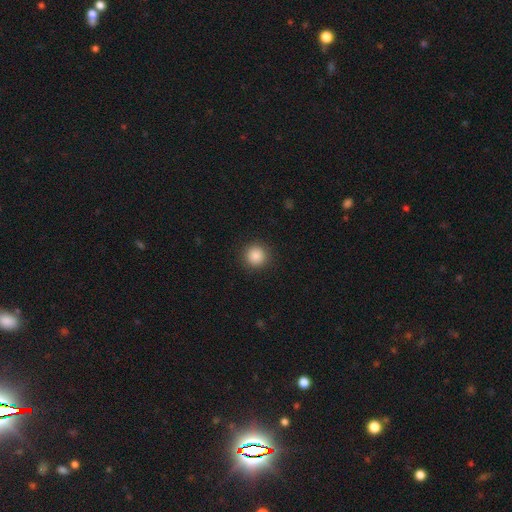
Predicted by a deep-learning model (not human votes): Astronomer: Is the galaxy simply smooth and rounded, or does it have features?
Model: smooth — 87%.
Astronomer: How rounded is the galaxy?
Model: round — 95%.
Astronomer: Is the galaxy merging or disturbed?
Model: none — 92%.